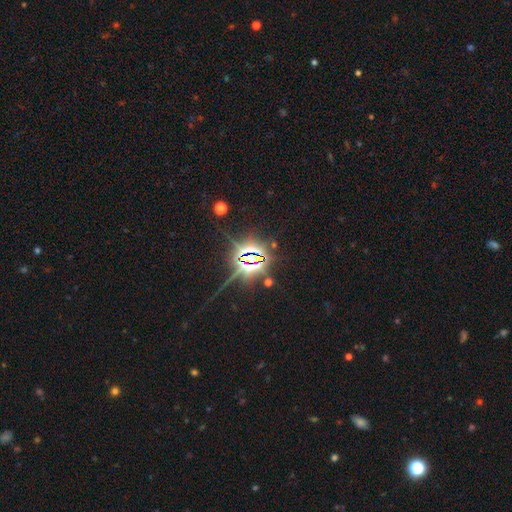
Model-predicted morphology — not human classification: A star or artifact, not a galaxy (81%).